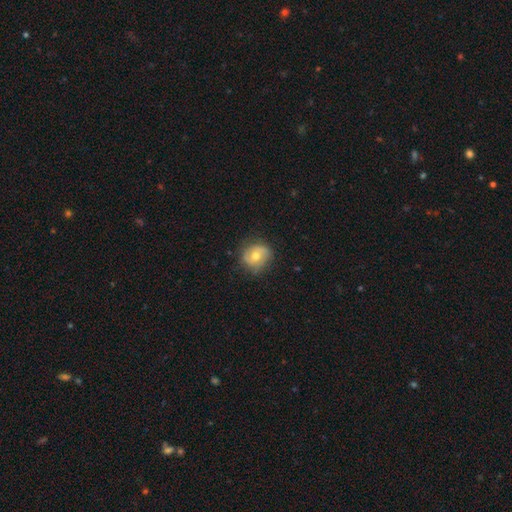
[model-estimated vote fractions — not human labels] Q: Smooth or featured?
A: smooth (50%); runner-up: featured or disk (42%)
Q: Merging?
A: none (75%); runner-up: minor disturbance (19%)